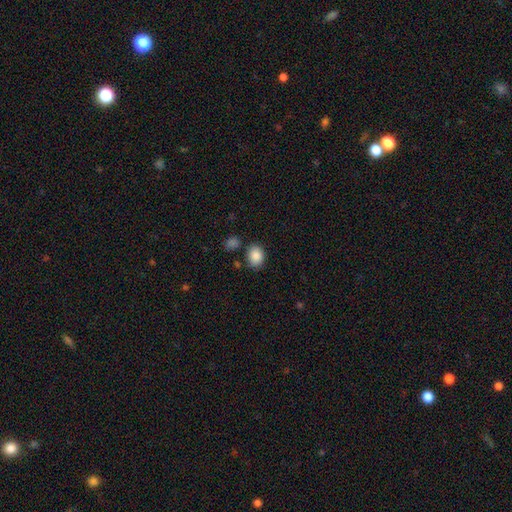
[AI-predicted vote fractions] smooth 88%, star or artifact 8%, featured or disk 4%. Down the decision tree: how rounded — in between (59%); merging — none (76%).